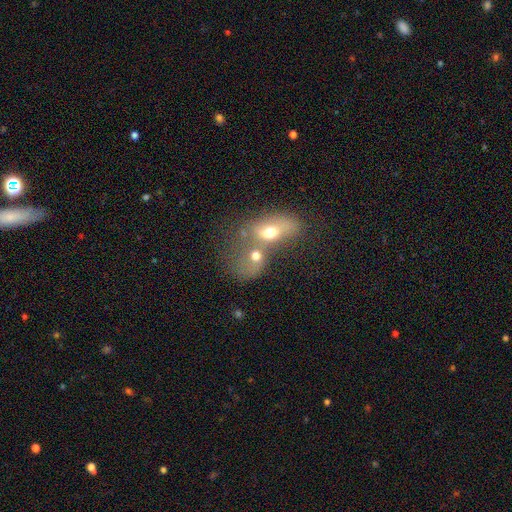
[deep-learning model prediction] A smooth galaxy with no disk features (59%) that is in between round and cigar-shaped (60%). Merging: merger (72%).